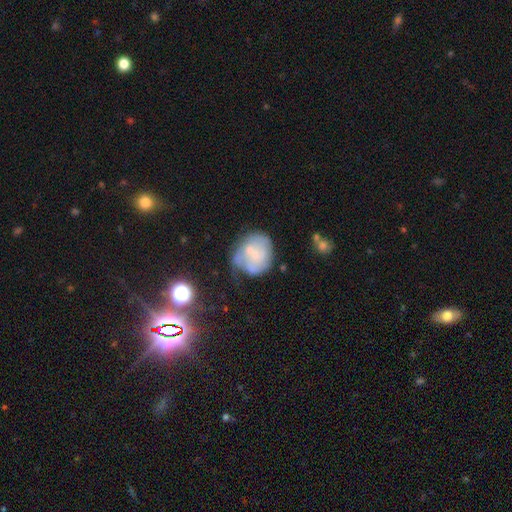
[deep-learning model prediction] Smooth or featured? Predicted: featured or disk (p=0.55). Edge-on disk? Predicted: no (p=0.98). Bar? Predicted: no (p=0.74). Spiral arms? Predicted: yes (p=0.53). Bulge size? Predicted: small (p=0.66). Merging? Predicted: none (p=0.38).